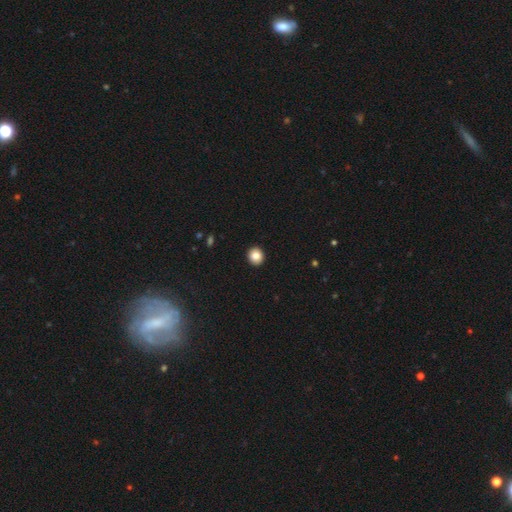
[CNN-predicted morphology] type=smooth (85%); roundness=round (86%); merging=none (93%).